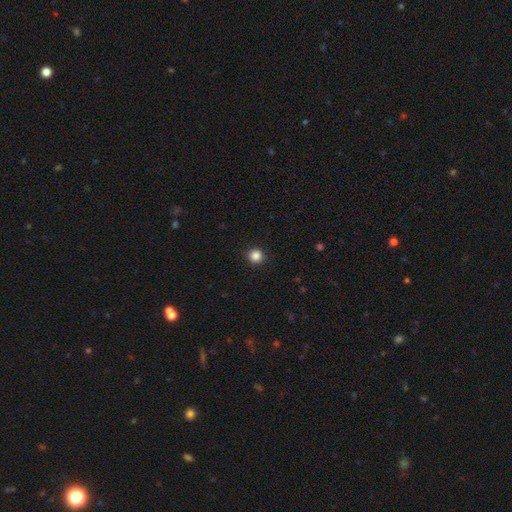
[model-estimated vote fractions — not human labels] Smooth or featured?
  - smooth: 86% *
  - star or artifact: 11%
  - featured or disk: 3%
How rounded?
  - round: 94% *
  - in between: 5%
  - cigar-shaped: 1%
Merging?
  - none: 92% *
  - minor disturbance: 5%
  - major disturbance: 2%
  - merger: 1%